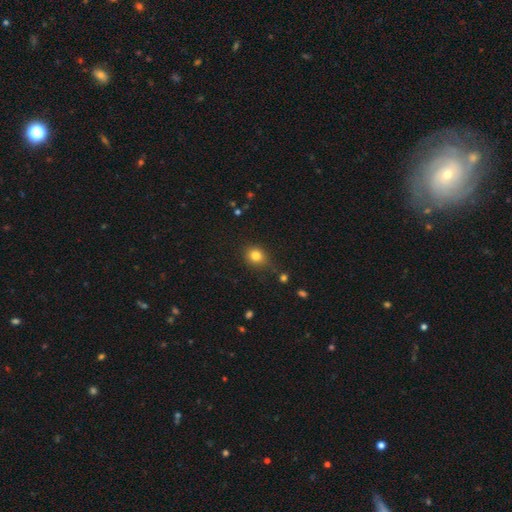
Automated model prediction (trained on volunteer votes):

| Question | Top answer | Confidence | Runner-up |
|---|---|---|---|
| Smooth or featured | smooth | 81% | star or artifact (12%) |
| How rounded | round | 71% | in between (28%) |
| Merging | none | 72% | minor disturbance (20%) |